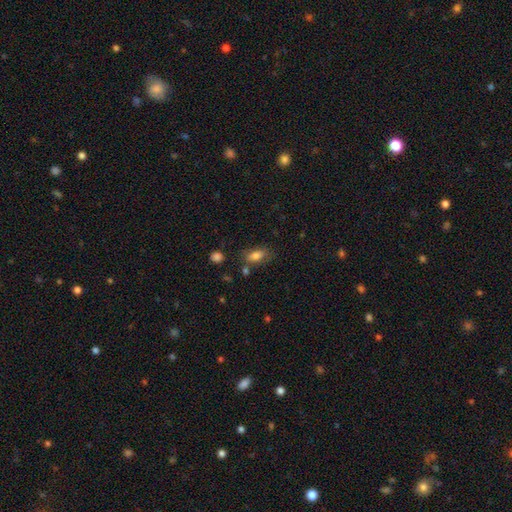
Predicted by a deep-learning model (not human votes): Smooth or featured?
  - smooth: 78% *
  - featured or disk: 12%
  - star or artifact: 9%
How rounded?
  - in between: 85% *
  - cigar-shaped: 9%
  - round: 6%
Merging?
  - none: 66% *
  - minor disturbance: 20%
  - merger: 7%
  - major disturbance: 7%